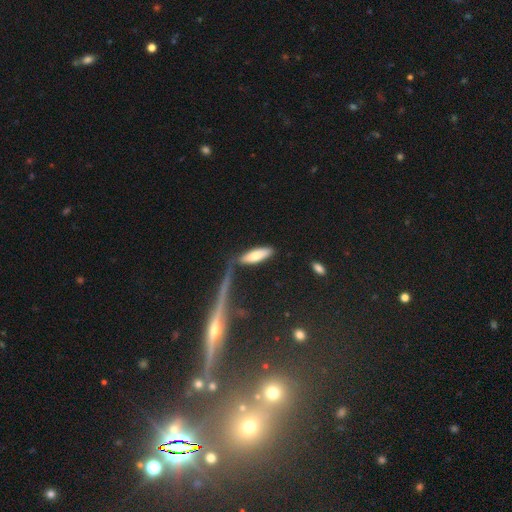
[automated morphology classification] smooth_or_featured: smooth (p=0.77) [alt: featured or disk p=0.17]
how_rounded: in between (p=0.52) [alt: cigar-shaped p=0.46]
merging: none (p=0.74) [alt: minor disturbance p=0.15]